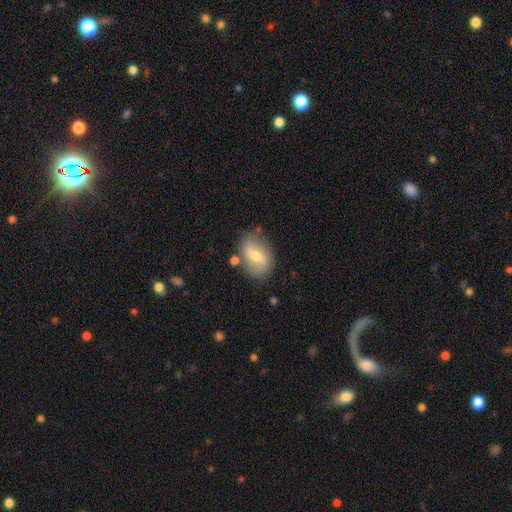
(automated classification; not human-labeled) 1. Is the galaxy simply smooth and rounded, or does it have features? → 50% smooth, 42% featured or disk, 7% star or artifact.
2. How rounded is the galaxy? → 78% in between, 20% round, 2% cigar-shaped.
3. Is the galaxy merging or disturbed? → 73% none, 17% minor disturbance, 5% merger, 5% major disturbance.